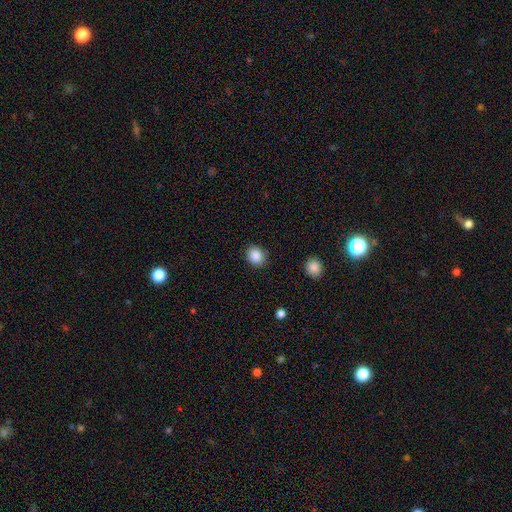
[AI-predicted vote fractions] Smooth or featured: smooth — 88% (star or artifact — 9%)
How rounded: round — 68% (in between — 31%)
Merging: none — 87% (minor disturbance — 9%)